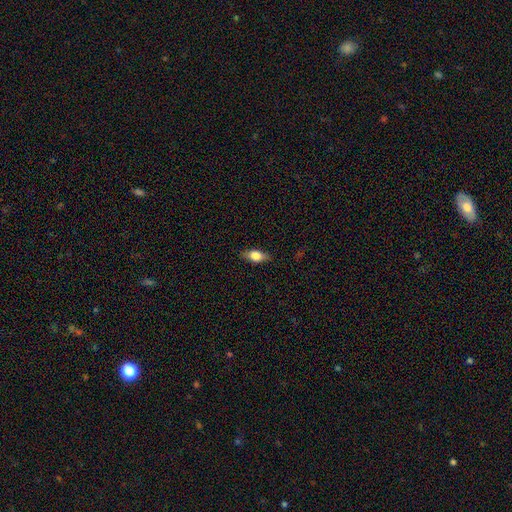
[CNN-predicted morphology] Smooth or featured: smooth — 71% (featured or disk — 22%)
How rounded: in between — 81% (cigar-shaped — 13%)
Merging: none — 85% (minor disturbance — 11%)